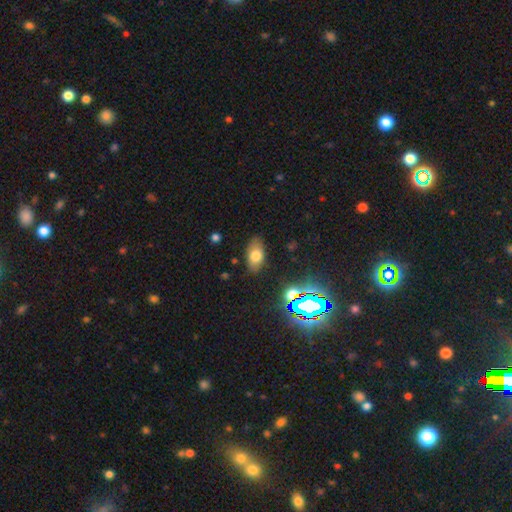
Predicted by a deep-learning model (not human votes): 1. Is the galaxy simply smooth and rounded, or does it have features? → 72% smooth, 14% featured or disk, 14% star or artifact.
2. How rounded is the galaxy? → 91% in between, 6% round, 3% cigar-shaped.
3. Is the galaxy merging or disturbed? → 82% none, 13% minor disturbance, 3% major disturbance, 2% merger.